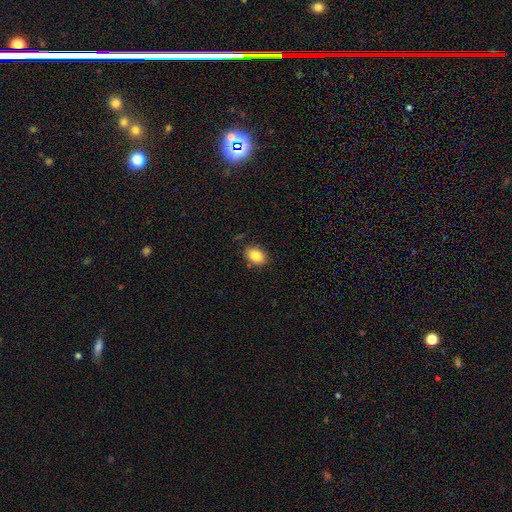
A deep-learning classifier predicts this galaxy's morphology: Smooth or featured? smooth (85%)
How rounded? in between (70%)
Merging? none (85%)